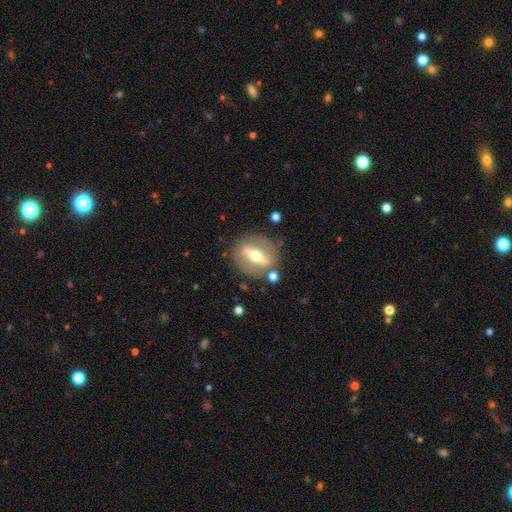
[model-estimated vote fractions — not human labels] This appears to be a featured or disk galaxy (69%). Merging: none (81%).